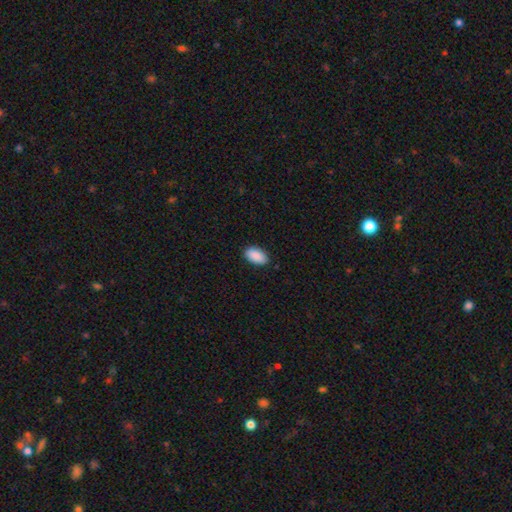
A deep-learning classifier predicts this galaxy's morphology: This appears to be a smooth galaxy with no disk features (91%) that is in between round and cigar-shaped (95%). Merging: none (88%).